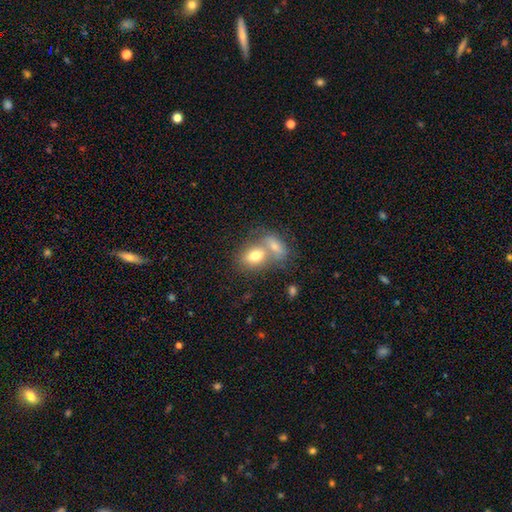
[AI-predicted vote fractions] Smooth or featured?
  - smooth: 77% *
  - featured or disk: 15%
  - star or artifact: 8%
How rounded?
  - in between: 81% *
  - round: 16%
  - cigar-shaped: 3%
Merging?
  - merger: 57% *
  - none: 32%
  - minor disturbance: 8%
  - major disturbance: 4%